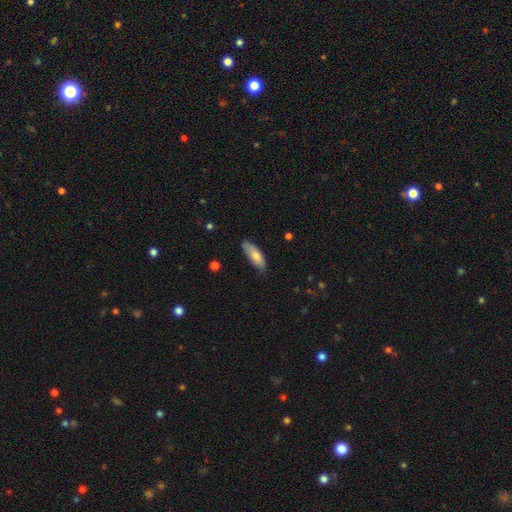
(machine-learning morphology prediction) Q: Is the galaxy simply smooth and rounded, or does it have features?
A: smooth — 78%.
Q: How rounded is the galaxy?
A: in between — 61%.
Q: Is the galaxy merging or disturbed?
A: none — 76%.